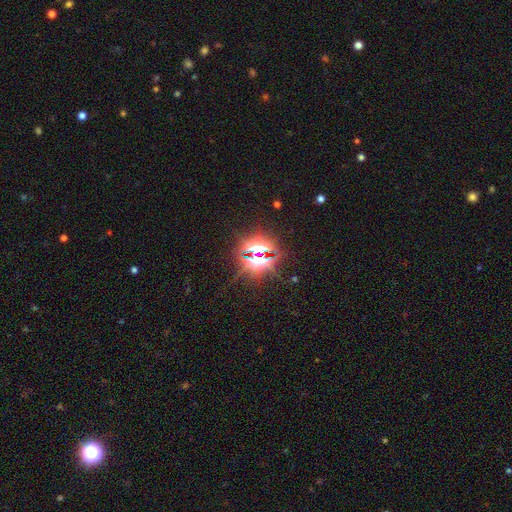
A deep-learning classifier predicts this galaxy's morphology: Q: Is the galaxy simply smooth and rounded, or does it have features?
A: star or artifact — 81%.